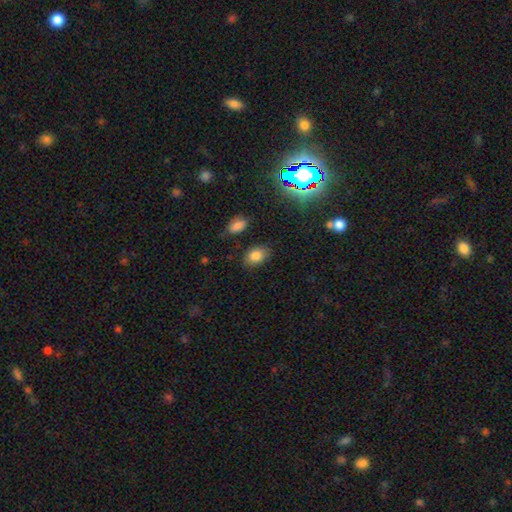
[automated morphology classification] A smooth galaxy with no disk features (82%) that is in between round and cigar-shaped (79%). Merging: none (81%).